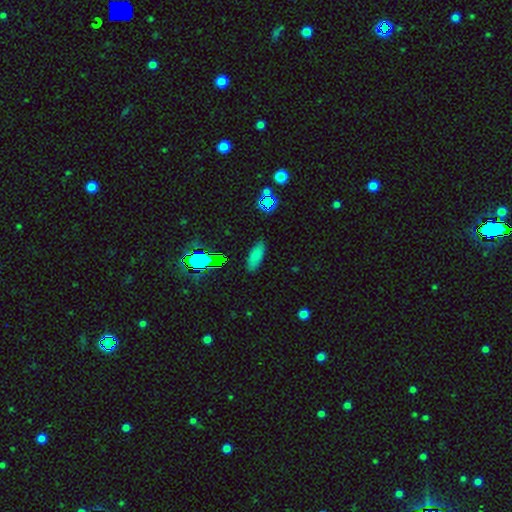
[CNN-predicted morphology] This is likely a smooth galaxy (77%). How rounded: likely in between (73%). Merging: clearly none (85%).